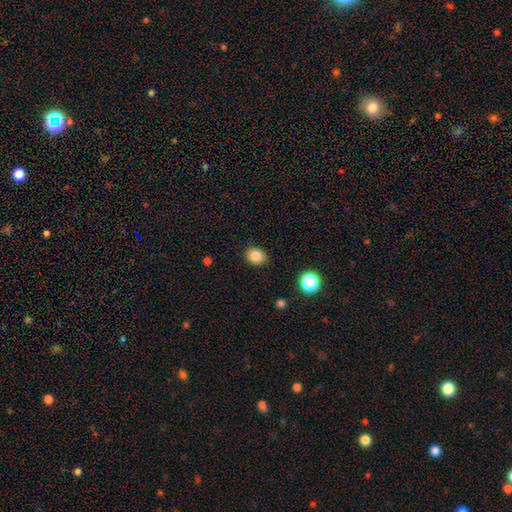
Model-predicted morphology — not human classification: This appears to be a smooth galaxy with no disk features (84%) that is round (58%). Merging: none (83%).